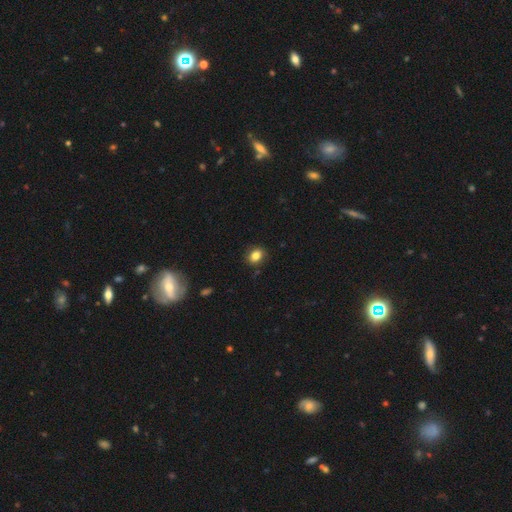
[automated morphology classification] Overall: smooth (83%). How rounded: round (50%; in between 49%). Merging: none (84%).